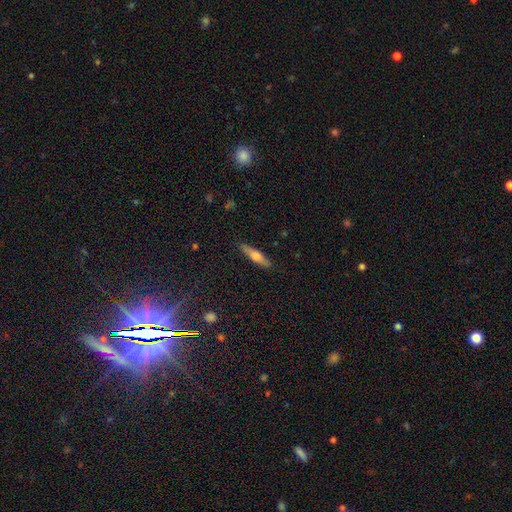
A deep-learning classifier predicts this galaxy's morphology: The model was most divided on "smooth or featured": smooth: 53%, featured or disk: 41%, star or artifact: 6%. More confident: merging — none (88%); how rounded — cigar-shaped (81%).